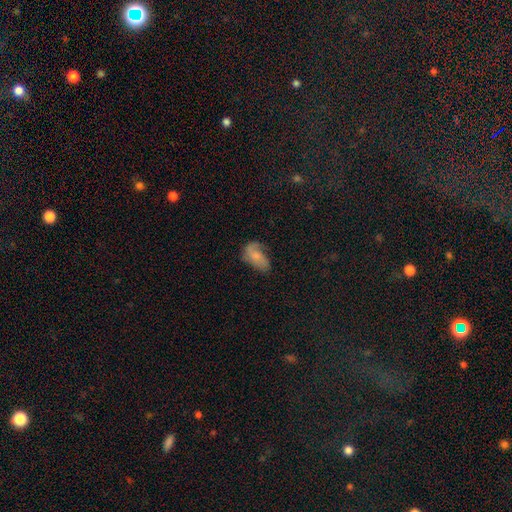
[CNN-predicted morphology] smooth-or-featured: smooth: 51% | featured or disk: 42% | star or artifact: 8%
  how-rounded: in between: 90% | round: 6% | cigar-shaped: 3%
  merging: none: 44% | minor disturbance: 31% | major disturbance: 23% | merger: 2%